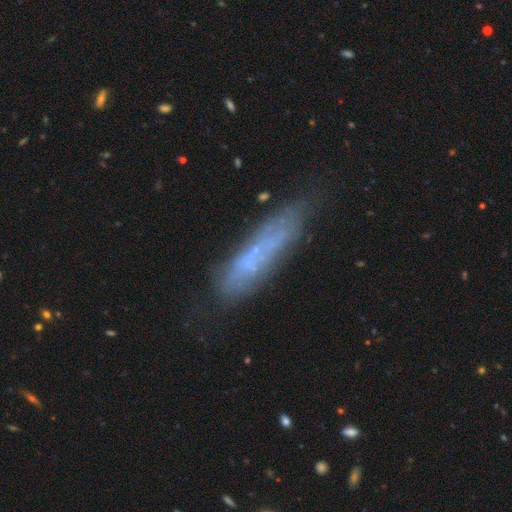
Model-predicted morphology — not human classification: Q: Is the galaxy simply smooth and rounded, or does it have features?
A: smooth — 48%.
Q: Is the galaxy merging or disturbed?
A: none — 66%.